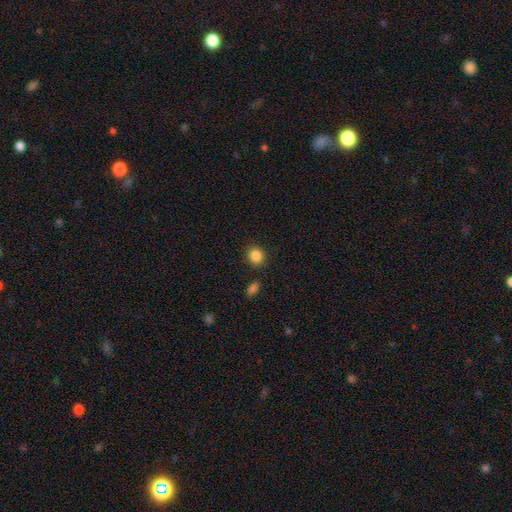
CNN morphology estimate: Smooth or featured: smooth — 87% (star or artifact — 9%)
How rounded: round — 73% (in between — 26%)
Merging: none — 85% (minor disturbance — 8%)